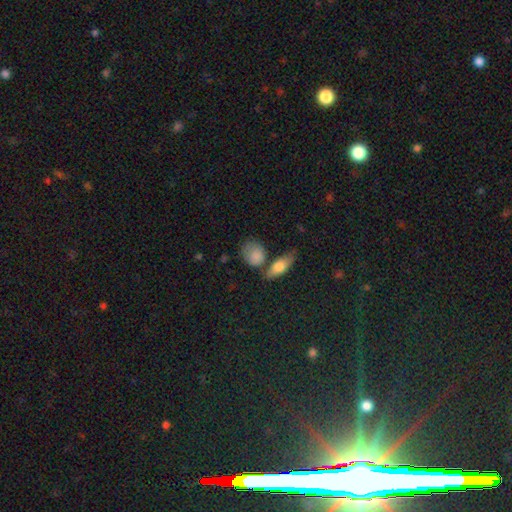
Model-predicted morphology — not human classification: Smooth or featured? Predicted: smooth (p=0.83). How rounded? Predicted: round (p=0.50). Merging? Predicted: none (p=0.54).